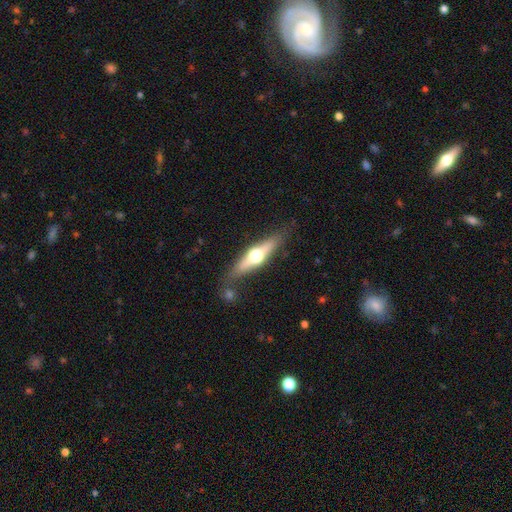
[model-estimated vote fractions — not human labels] This is likely a featured or disk galaxy (64%). It is clearly viewed edge-on (94%). Edge-on bulge: clearly rounded (95%). Merging: likely none (77%).